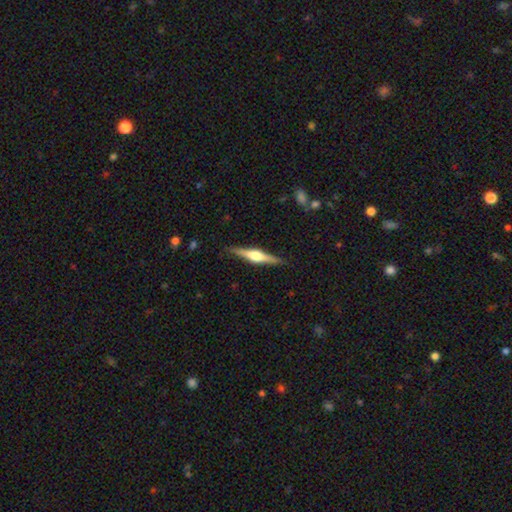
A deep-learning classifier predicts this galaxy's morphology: Smooth or featured?
  - featured or disk: 76% *
  - smooth: 19%
  - star or artifact: 5%
Edge-on disk?
  - yes: 98% *
  - no: 2%
Edge-on bulge?
  - rounded: 91% *
  - boxy: 7%
  - none: 2%
Merging?
  - none: 89% *
  - minor disturbance: 8%
  - major disturbance: 2%
  - merger: 1%